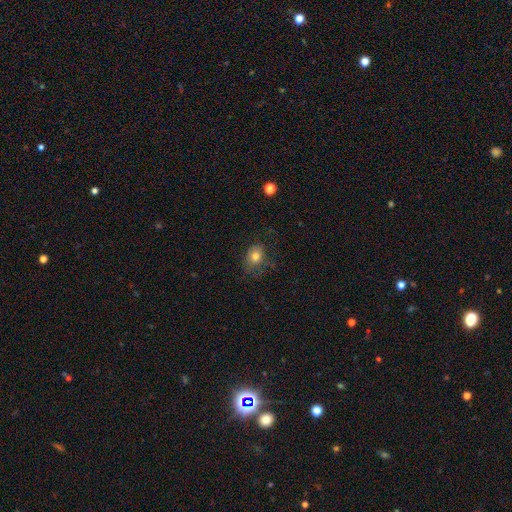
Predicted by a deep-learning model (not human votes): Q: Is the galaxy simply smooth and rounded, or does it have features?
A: smooth — 78%.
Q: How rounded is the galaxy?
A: in between — 55%.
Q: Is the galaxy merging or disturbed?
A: none — 65%.